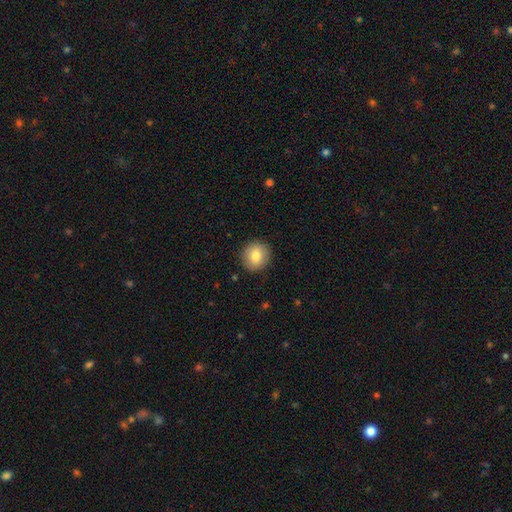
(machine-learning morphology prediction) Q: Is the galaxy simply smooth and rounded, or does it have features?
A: smooth — 80%.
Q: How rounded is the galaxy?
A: round — 88%.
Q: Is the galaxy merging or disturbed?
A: none — 90%.